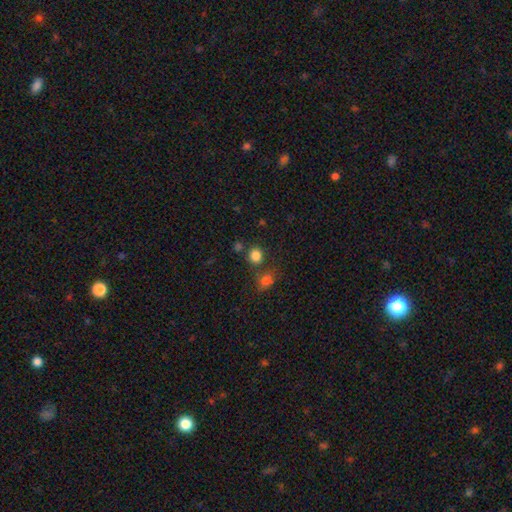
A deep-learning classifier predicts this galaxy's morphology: type=smooth (82%); roundness=round (83%); merging=none (73%).